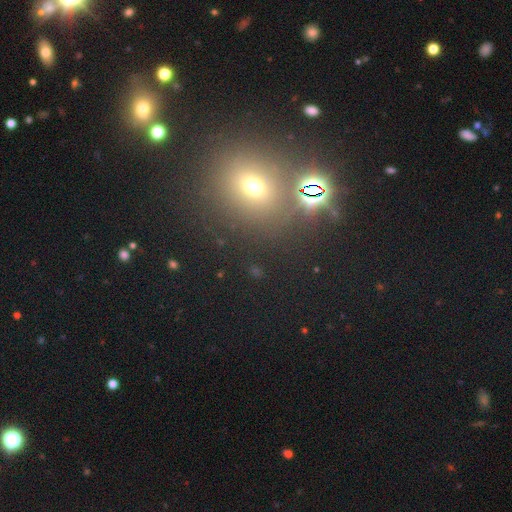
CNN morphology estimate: type=star or artifact (47%).